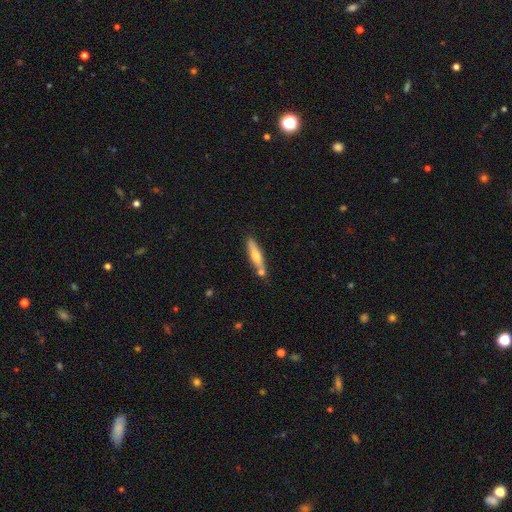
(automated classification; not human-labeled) Q: Smooth or featured?
A: smooth (55%); runner-up: featured or disk (40%)
Q: How rounded?
A: cigar-shaped (83%); runner-up: in between (15%)
Q: Merging?
A: none (69%); runner-up: merger (14%)